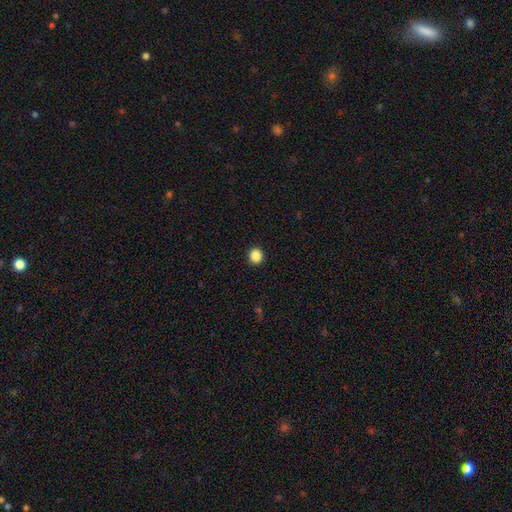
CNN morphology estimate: smooth 87%, star or artifact 10%, featured or disk 3%. Down the decision tree: how rounded — round (90%); merging — none (93%).